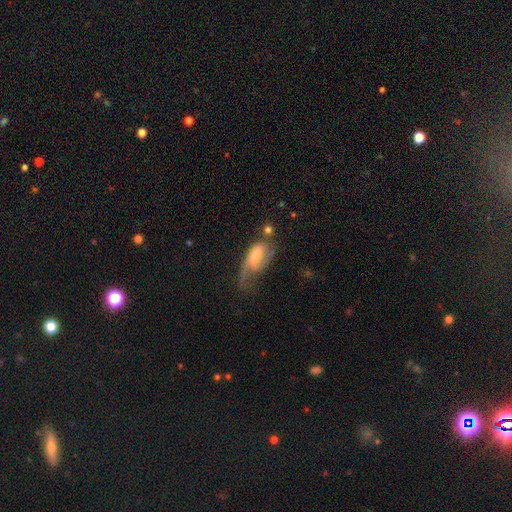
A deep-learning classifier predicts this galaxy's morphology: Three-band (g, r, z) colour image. It shows a featured or disk galaxy (56%). Merging: major disturbance (38%).